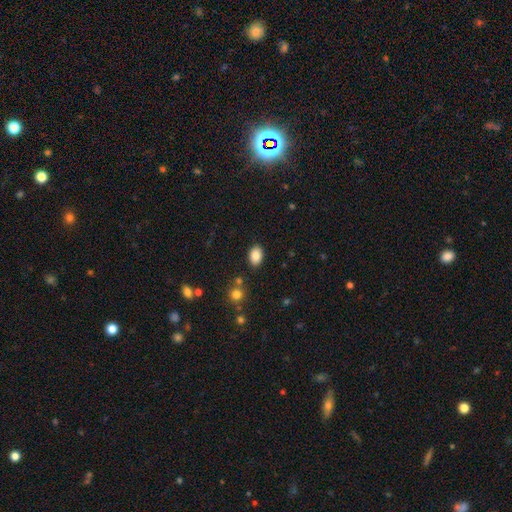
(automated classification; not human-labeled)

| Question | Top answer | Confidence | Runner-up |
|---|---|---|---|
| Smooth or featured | smooth | 87% | star or artifact (9%) |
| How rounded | in between | 84% | round (14%) |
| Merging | none | 86% | minor disturbance (9%) |